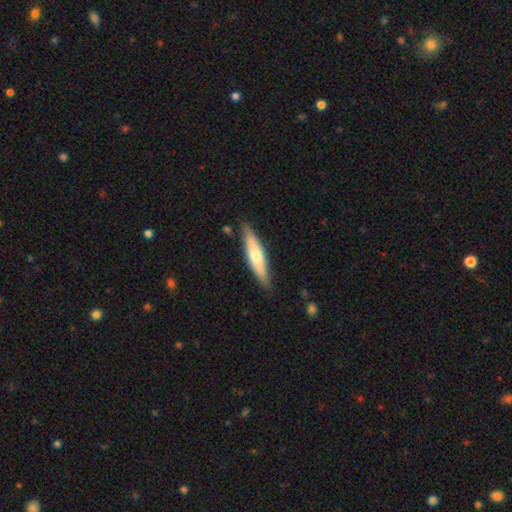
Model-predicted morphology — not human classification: type=smooth (55%); roundness=cigar-shaped (75%); merging=none (84%).